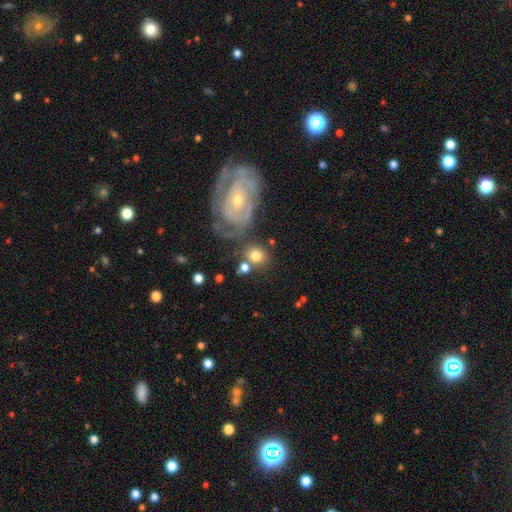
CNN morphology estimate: smooth 72%, featured or disk 20%, star or artifact 8%. Down the decision tree: how rounded — round (79%); merging — none (61%).